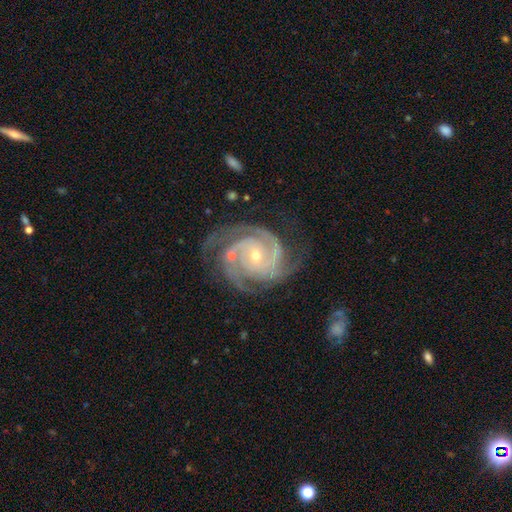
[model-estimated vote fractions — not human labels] smooth-or-featured: featured or disk: 92% | star or artifact: 5% | smooth: 3%
  disk-edge-on: no: 98% | yes: 2%
    bar: no: 69% | weak: 22% | strong: 9%
    has-spiral-arms: yes: 98% | no: 2%
      spiral-winding: tight: 69% | medium: 28% | loose: 3%
      spiral-arm-count: 3: 46% | 2: 19% | 4: 18% | can't tell: 8% | more than 4: 5% | 1: 4%
    bulge-size: small: 64% | moderate: 33% | large: 1% | none: 1% | dominant: 1%
  merging: none: 67% | minor disturbance: 18% | major disturbance: 8% | merger: 6%